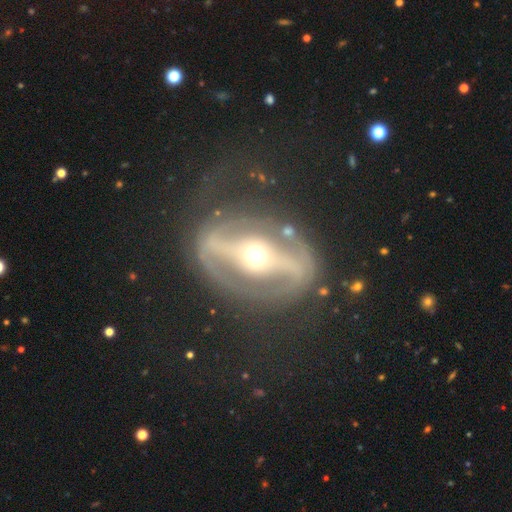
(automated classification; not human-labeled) A featured or disk galaxy (84%) with a strong bar (74%), spiral arms (62%) and a moderate central bulge (58%).

Vote fractions:
- Smooth or featured? featured or disk: 84% / smooth: 9% / star or artifact: 7%
- Edge-on disk? no: 88% / yes: 12%
- Bar? strong: 74% / weak: 13% / no: 12%
- Spiral arms? yes: 62% / no: 38%
- Bulge size? moderate: 58% / small: 34% / large: 6% / dominant: 2% / none: 1%
- Merging? none: 66% / major disturbance: 17% / minor disturbance: 14% / merger: 2%